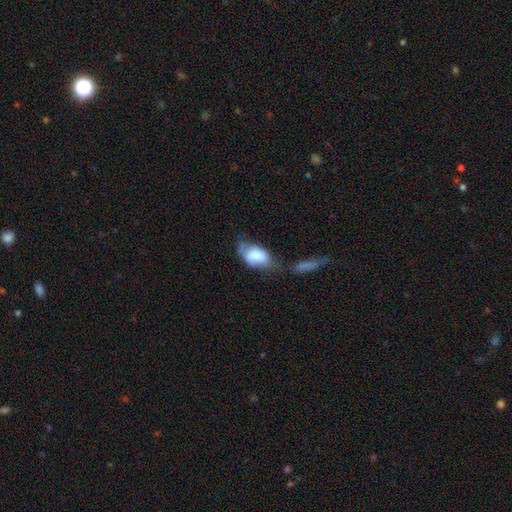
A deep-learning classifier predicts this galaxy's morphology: This appears to be a smooth galaxy with no disk features (73%) that is in between round and cigar-shaped (91%). Merging: merger (29%).